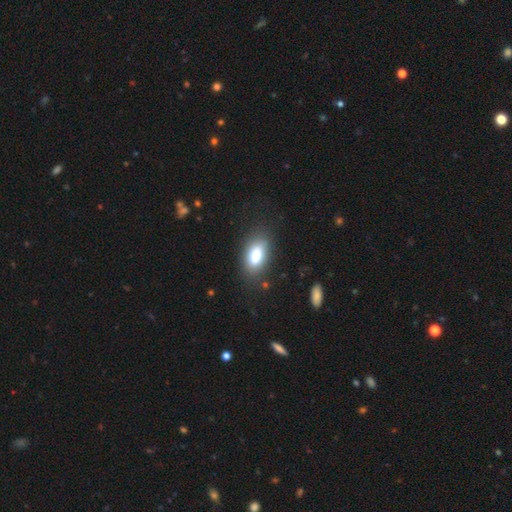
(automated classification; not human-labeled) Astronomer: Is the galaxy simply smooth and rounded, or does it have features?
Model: smooth — 76%.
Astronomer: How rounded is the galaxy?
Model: in between — 89%.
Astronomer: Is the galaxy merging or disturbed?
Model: none — 79%.